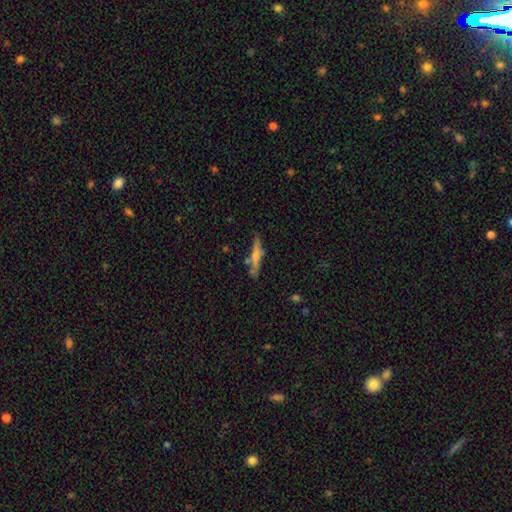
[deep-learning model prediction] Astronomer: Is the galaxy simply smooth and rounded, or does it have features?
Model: smooth — 50% (runner-up: featured or disk, 43%).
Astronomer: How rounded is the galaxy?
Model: cigar-shaped — 90%.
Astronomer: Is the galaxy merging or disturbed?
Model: none — 73%.